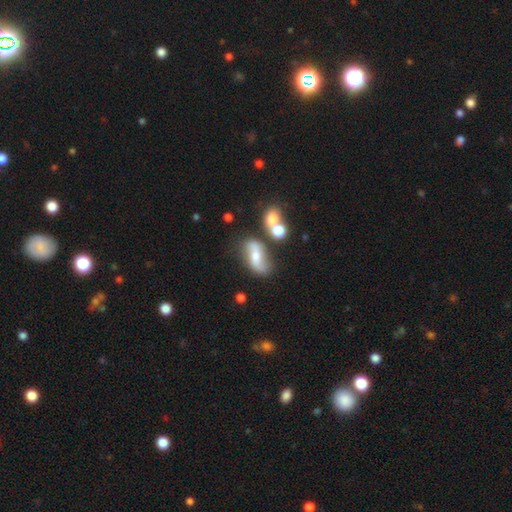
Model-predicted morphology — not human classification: The model was most divided on "bar": no: 43%, weak: 36%, strong: 21%. More confident: edge-on disk — no (93%); spiral arms — yes (85%); merging — none (62%); smooth or featured — featured or disk (61%); bulge size — moderate (53%).